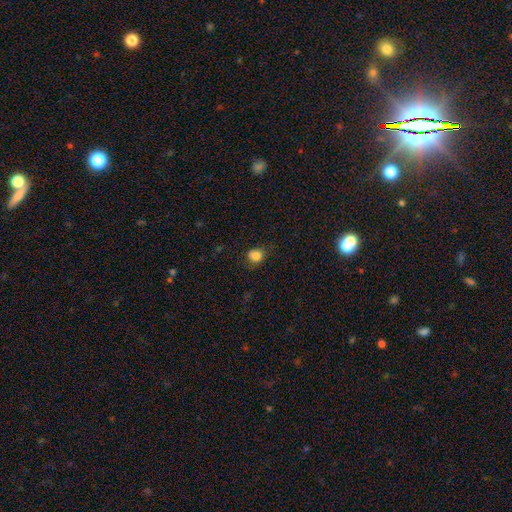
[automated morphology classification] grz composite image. It shows a smooth galaxy with no disk features (83%) that is round (73%). Merging: none (73%).